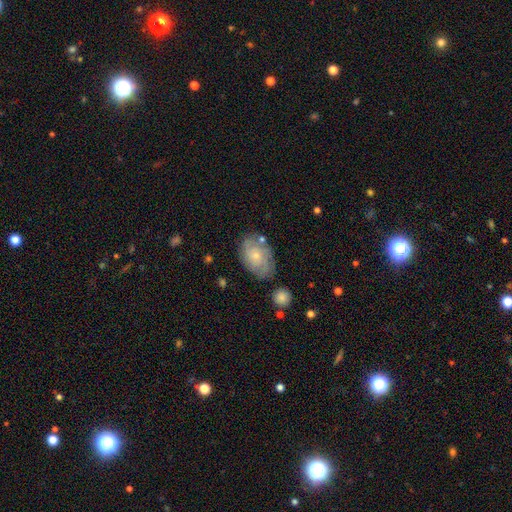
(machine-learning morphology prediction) Smooth or featured? featured or disk (59%)
Edge-on disk? no (96%)
Bar? no (81%)
Spiral arms? yes (82%)
Bulge size? small (70%)
Merging? none (69%)